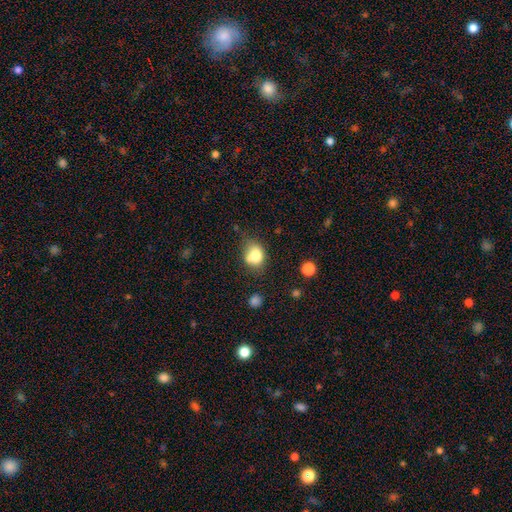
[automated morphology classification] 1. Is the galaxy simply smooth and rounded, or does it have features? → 76% smooth, 13% featured or disk, 11% star or artifact.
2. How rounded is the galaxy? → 52% round, 47% in between, 1% cigar-shaped.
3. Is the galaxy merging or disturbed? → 46% none, 26% merger, 21% minor disturbance, 7% major disturbance.